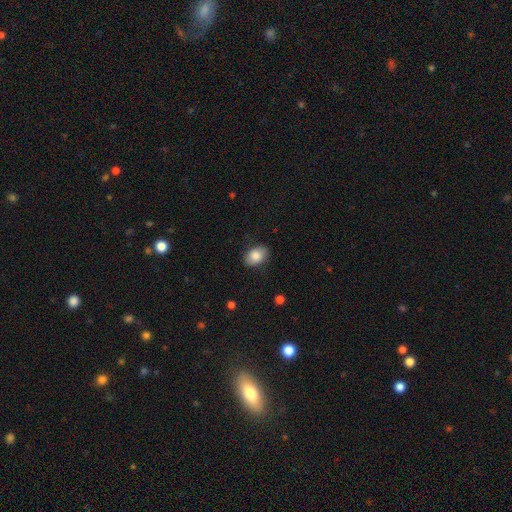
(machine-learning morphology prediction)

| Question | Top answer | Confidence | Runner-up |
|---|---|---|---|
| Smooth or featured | smooth | 85% | featured or disk (8%) |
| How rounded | in between | 79% | round (20%) |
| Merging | none | 84% | minor disturbance (12%) |